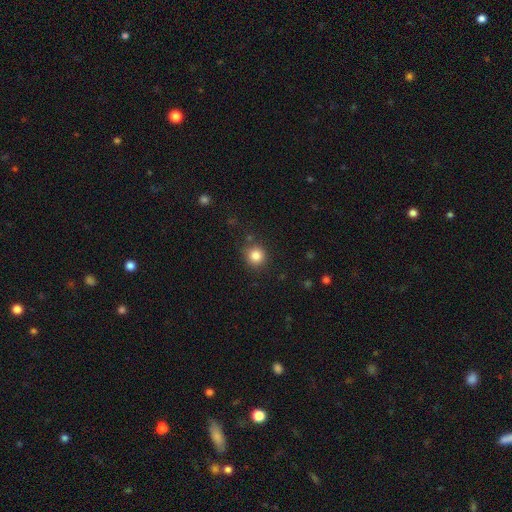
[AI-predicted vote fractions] Smooth or featured?
  - smooth: 84% *
  - star or artifact: 11%
  - featured or disk: 5%
How rounded?
  - round: 92% *
  - in between: 7%
  - cigar-shaped: 1%
Merging?
  - none: 84% *
  - minor disturbance: 10%
  - merger: 3%
  - major disturbance: 3%